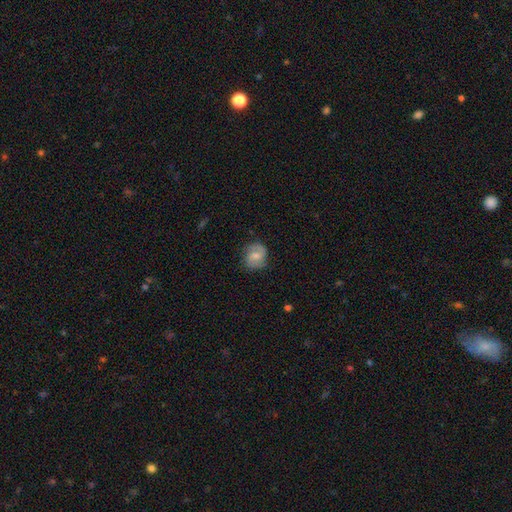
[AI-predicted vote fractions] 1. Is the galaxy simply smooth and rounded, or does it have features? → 52% smooth, 40% featured or disk, 7% star or artifact.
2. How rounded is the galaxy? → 69% round, 30% in between, 1% cigar-shaped.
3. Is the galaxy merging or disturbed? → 75% none, 19% minor disturbance, 5% major disturbance, 1% merger.